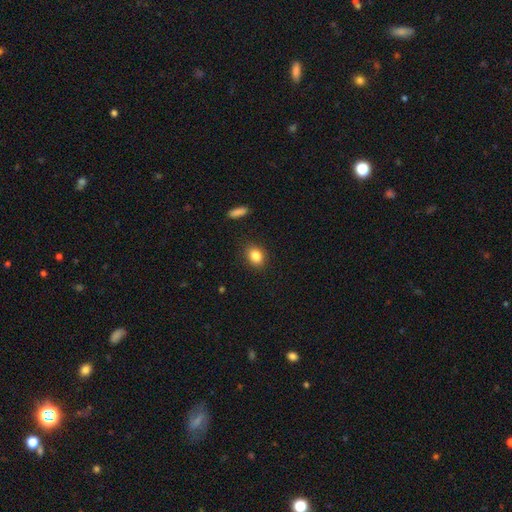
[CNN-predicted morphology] Smooth or featured? Predicted: smooth (p=0.84). How rounded? Predicted: in between (p=0.57). Merging? Predicted: none (p=0.88).